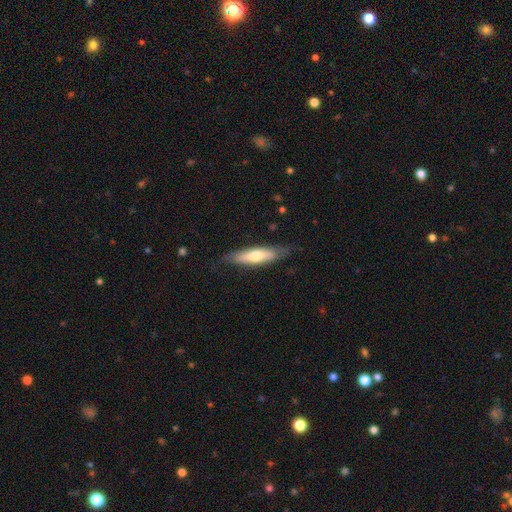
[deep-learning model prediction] Smooth or featured?
  - smooth: 60% *
  - featured or disk: 34%
  - star or artifact: 5%
How rounded?
  - cigar-shaped: 68% *
  - in between: 31%
  - round: 2%
Merging?
  - none: 78% *
  - minor disturbance: 17%
  - major disturbance: 4%
  - merger: 1%